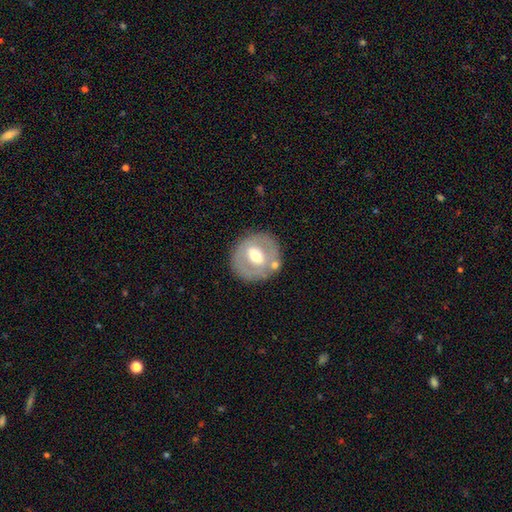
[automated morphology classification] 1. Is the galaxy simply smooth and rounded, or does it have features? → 53% featured or disk, 41% smooth, 6% star or artifact.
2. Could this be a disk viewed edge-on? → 93% no, 7% yes.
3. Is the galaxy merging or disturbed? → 76% none, 12% minor disturbance, 7% merger, 5% major disturbance.